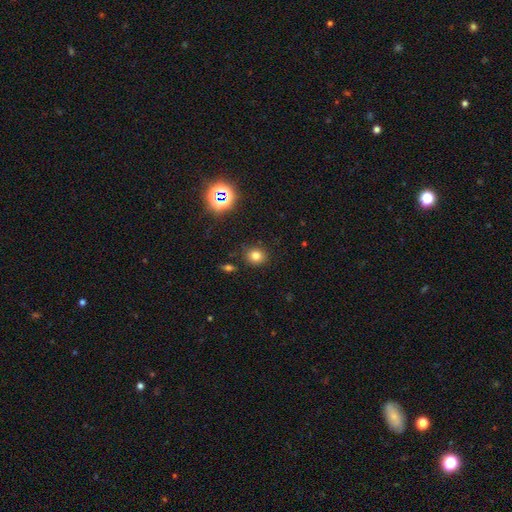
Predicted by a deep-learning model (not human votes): Morphology: type=smooth (76%); roundness=round (76%); merging=none (85%).